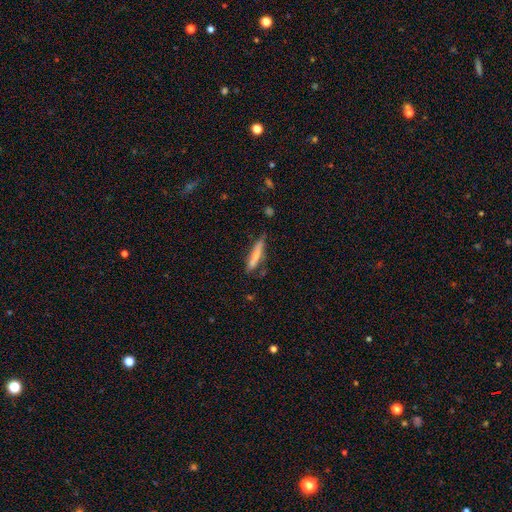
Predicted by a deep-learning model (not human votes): The model was most divided on "smooth or featured": smooth: 66%, featured or disk: 27%, star or artifact: 6%. More confident: how rounded — cigar-shaped (87%); merging — none (67%).